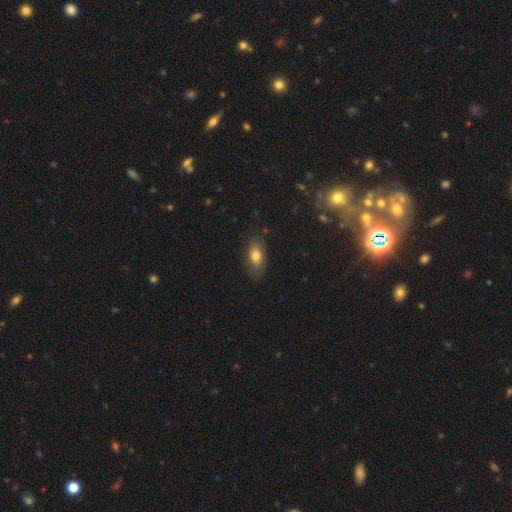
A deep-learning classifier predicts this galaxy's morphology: Smooth or featured: smooth — 76% (featured or disk — 16%)
How rounded: in between — 87% (cigar-shaped — 8%)
Merging: none — 78% (minor disturbance — 16%)